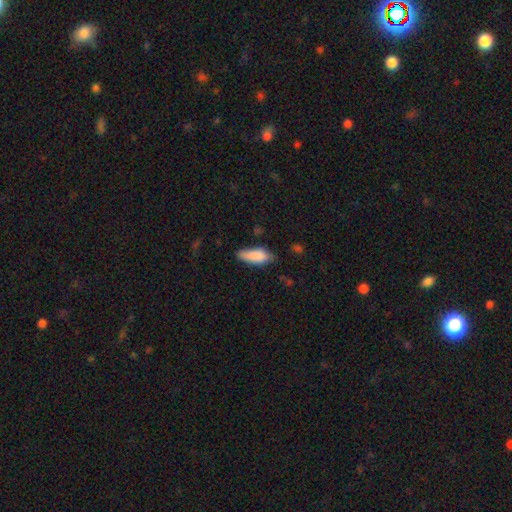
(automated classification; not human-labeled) Q: Smooth or featured?
A: smooth (86%); runner-up: featured or disk (8%)
Q: How rounded?
A: in between (72%); runner-up: cigar-shaped (26%)
Q: Merging?
A: none (59%); runner-up: minor disturbance (31%)